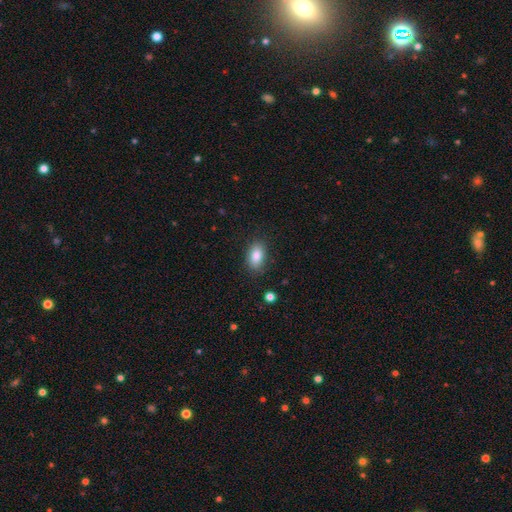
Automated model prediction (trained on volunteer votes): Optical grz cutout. It shows a smooth galaxy with no disk features (85%) that is in between round and cigar-shaped (88%). Merging: none (86%).